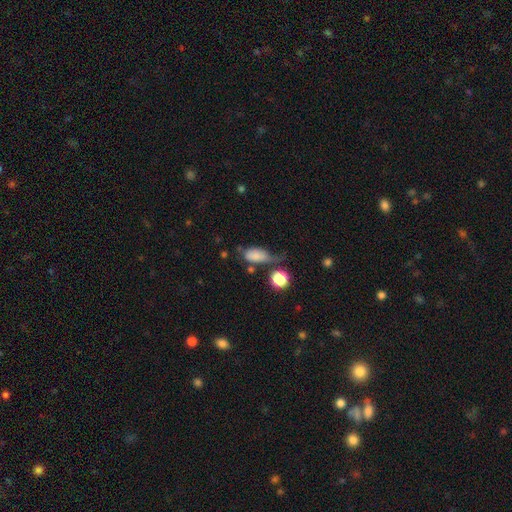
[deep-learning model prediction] A smooth galaxy with no disk features (76%) that is in between round and cigar-shaped (85%).

Vote fractions:
- Smooth or featured? smooth: 76% / featured or disk: 14% / star or artifact: 10%
- How rounded? in between: 85% / round: 9% / cigar-shaped: 6%
- Merging? minor disturbance: 30% (tied) / none: 30% (tied) / major disturbance: 28% / merger: 13%